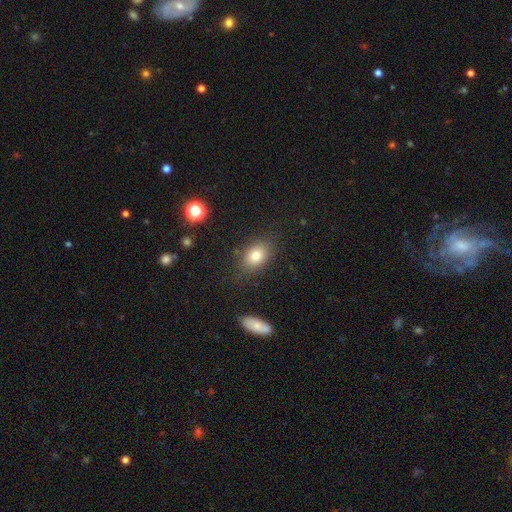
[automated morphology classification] This is likely a smooth galaxy (79%). How rounded: likely in between (76%). Merging: clearly none (82%).